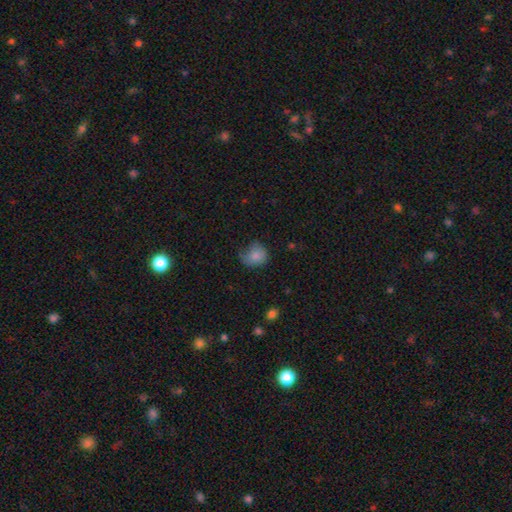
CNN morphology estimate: smooth 80%, featured or disk 12%, star or artifact 9%. Down the decision tree: how rounded — round (71%); merging — none (45%).